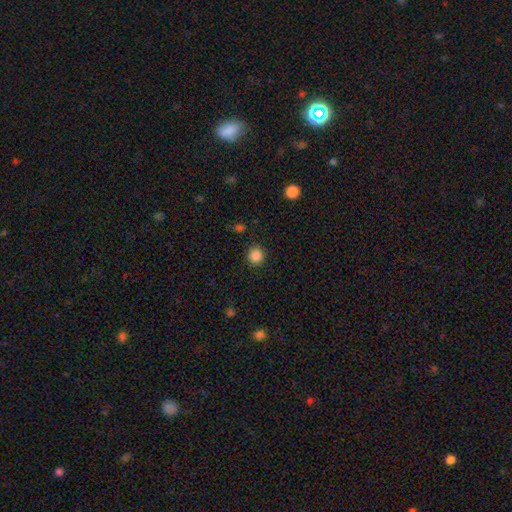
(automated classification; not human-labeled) A smooth galaxy with no disk features (86%) that is round (91%). Merging: none (90%).